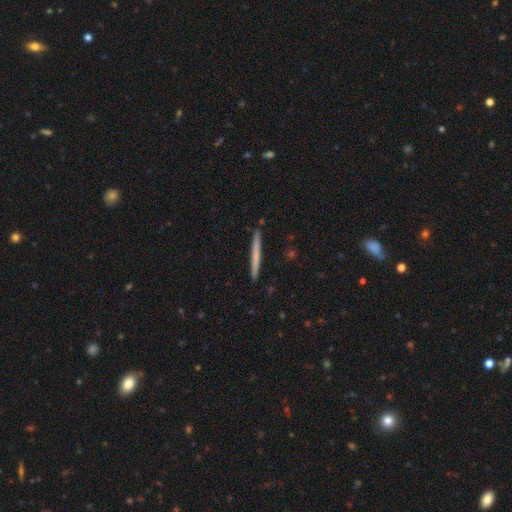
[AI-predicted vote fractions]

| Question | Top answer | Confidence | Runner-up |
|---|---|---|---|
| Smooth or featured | smooth | 55% | featured or disk (39%) |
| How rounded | cigar-shaped | 97% | in between (2%) |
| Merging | none | 92% | minor disturbance (6%) |